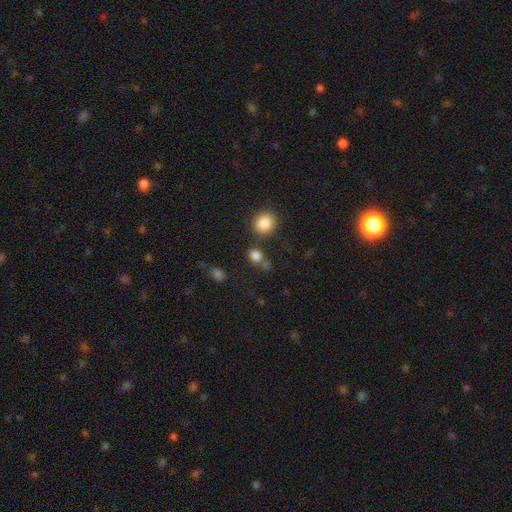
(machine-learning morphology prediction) A smooth galaxy with no disk features (81%) that is round (66%). Merging: none (63%).